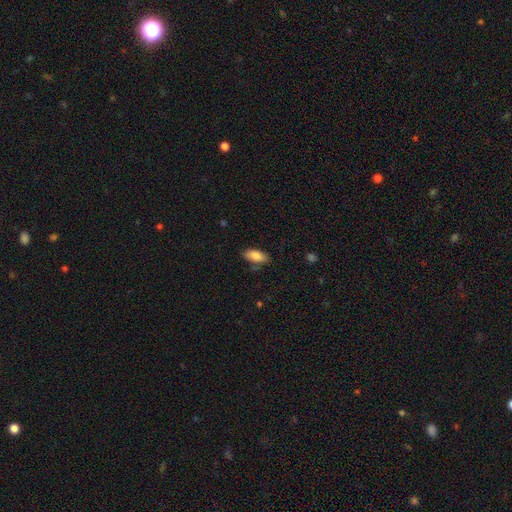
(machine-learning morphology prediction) The model was most divided on "merging": none: 78%, minor disturbance: 16%, major disturbance: 3%, merger: 2%. More confident: how rounded — in between (87%); smooth or featured — smooth (84%).